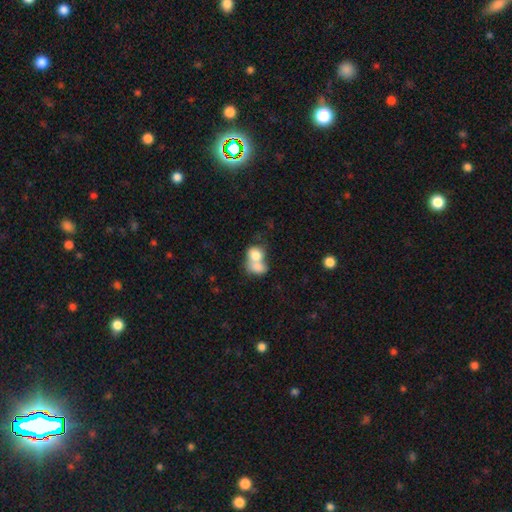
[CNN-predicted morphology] Overall: smooth (75%). How rounded: in between (52%; round 47%). Merging: merger (75%).